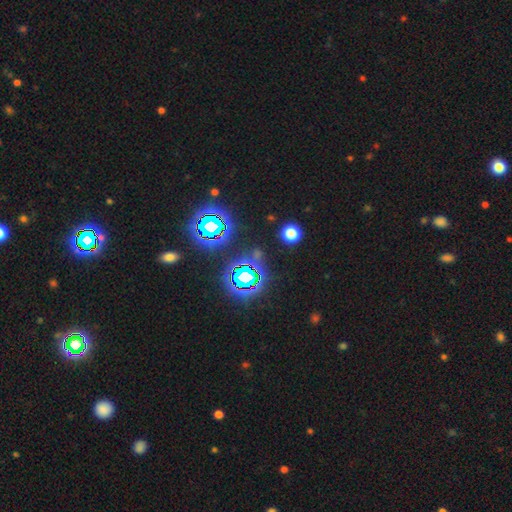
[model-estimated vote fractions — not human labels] Overall: star or artifact (74%).